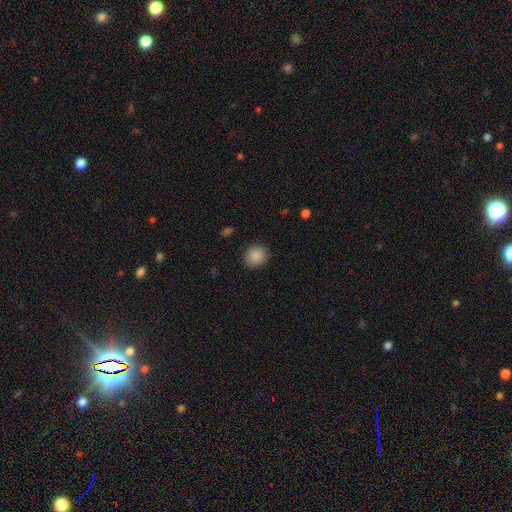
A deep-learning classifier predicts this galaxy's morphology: type=smooth (88%); roundness=round (90%); merging=none (90%).